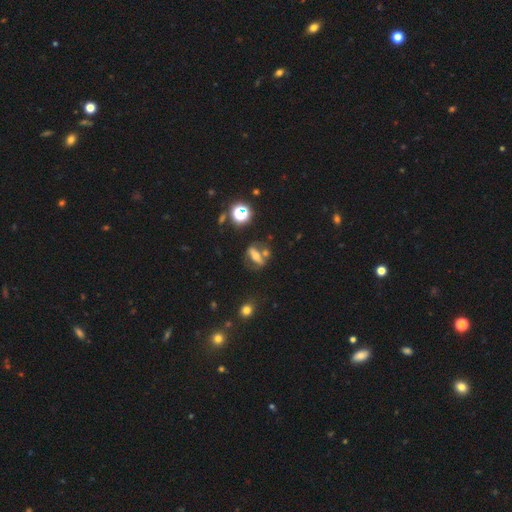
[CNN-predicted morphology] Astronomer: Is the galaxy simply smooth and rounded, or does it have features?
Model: featured or disk — 52% (runner-up: smooth, 34%).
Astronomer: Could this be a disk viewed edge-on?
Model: yes — 58% (runner-up: no, 42%).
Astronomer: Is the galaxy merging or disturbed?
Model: none — 61%.